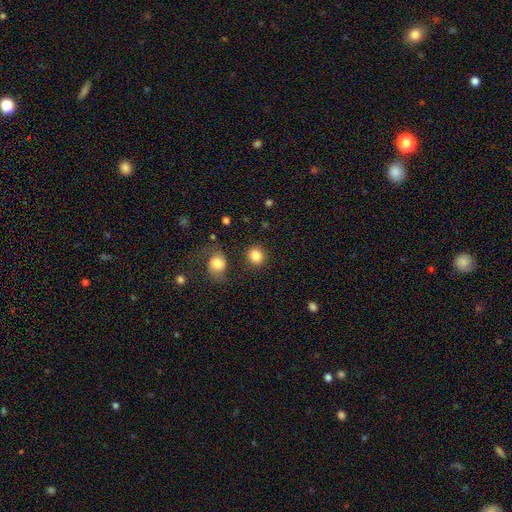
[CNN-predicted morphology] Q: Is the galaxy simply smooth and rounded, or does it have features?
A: smooth — 85%.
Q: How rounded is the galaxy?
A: round — 85%.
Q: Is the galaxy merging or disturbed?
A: none — 84%.